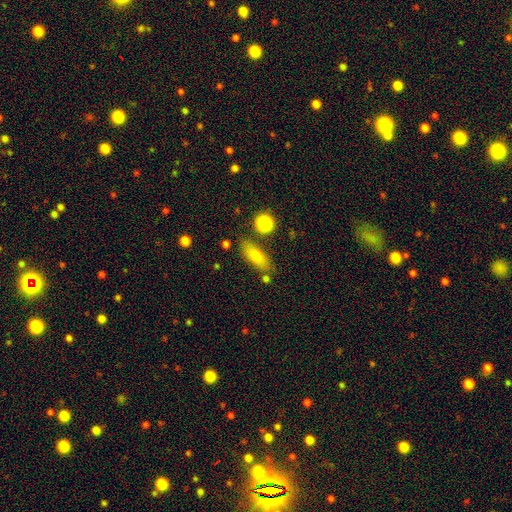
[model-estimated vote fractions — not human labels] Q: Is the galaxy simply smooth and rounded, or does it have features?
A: smooth — 71%.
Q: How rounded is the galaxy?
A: in between — 65%.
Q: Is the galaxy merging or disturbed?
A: none — 77%.